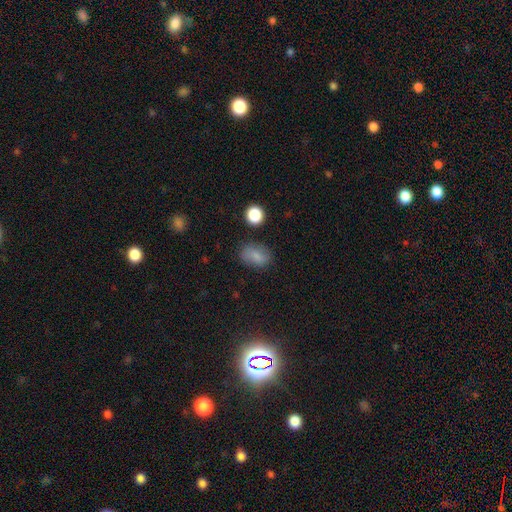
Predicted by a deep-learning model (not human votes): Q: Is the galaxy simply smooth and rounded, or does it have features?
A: smooth — 78%.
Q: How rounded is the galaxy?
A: in between — 77%.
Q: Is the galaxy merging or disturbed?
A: none — 75%.